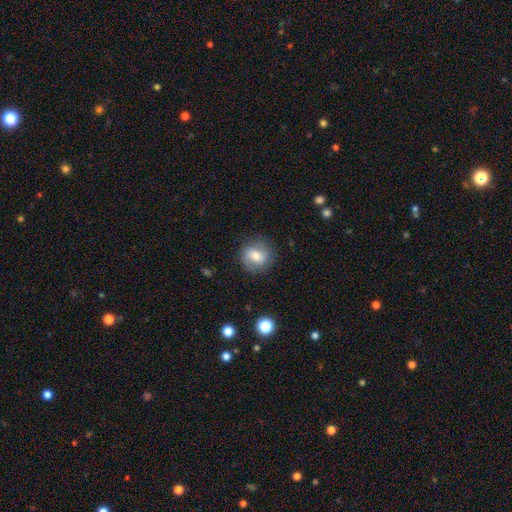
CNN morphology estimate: Overall: smooth (57%; featured or disk 34%). How rounded: round (84%). Merging: none (82%).